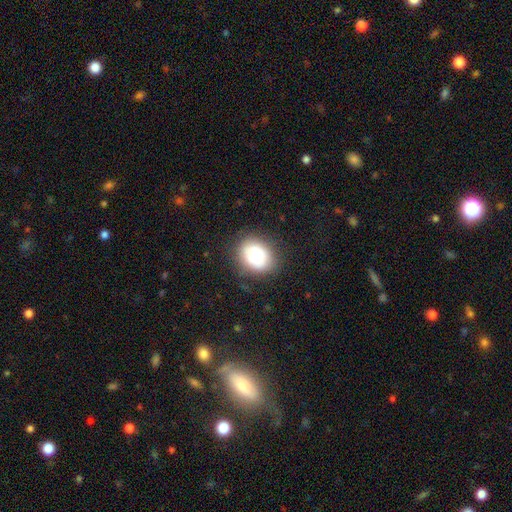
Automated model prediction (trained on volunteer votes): This appears to be a smooth galaxy with no disk features (80%) that is round (51%). Merging: none (81%).